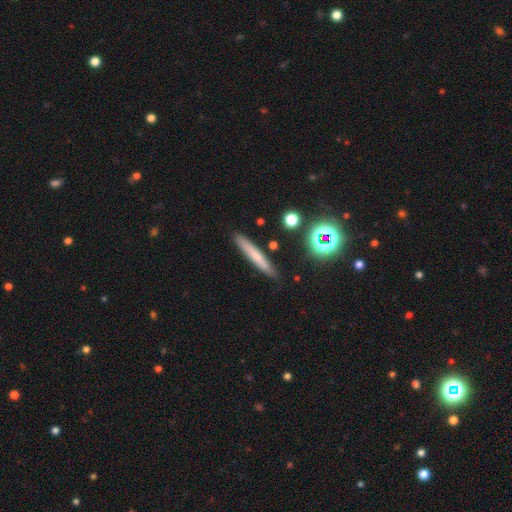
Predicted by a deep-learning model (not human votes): Smooth or featured: smooth — 62% (featured or disk — 27%)
How rounded: cigar-shaped — 93% (in between — 5%)
Merging: none — 87% (minor disturbance — 8%)